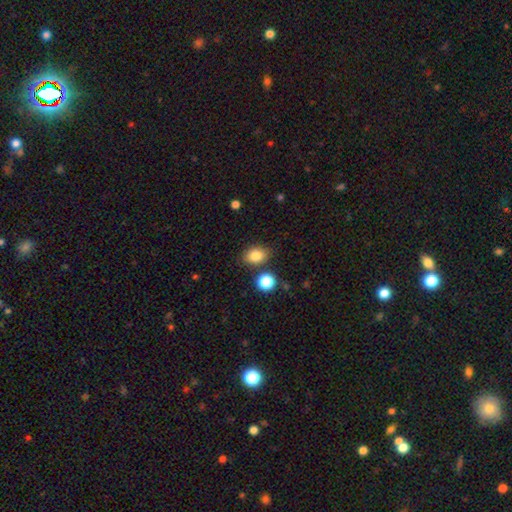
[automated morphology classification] Smooth or featured?
  - smooth: 83% *
  - star or artifact: 11%
  - featured or disk: 6%
How rounded?
  - in between: 66% *
  - round: 33%
  - cigar-shaped: 1%
Merging?
  - none: 79% *
  - minor disturbance: 11%
  - merger: 7%
  - major disturbance: 3%